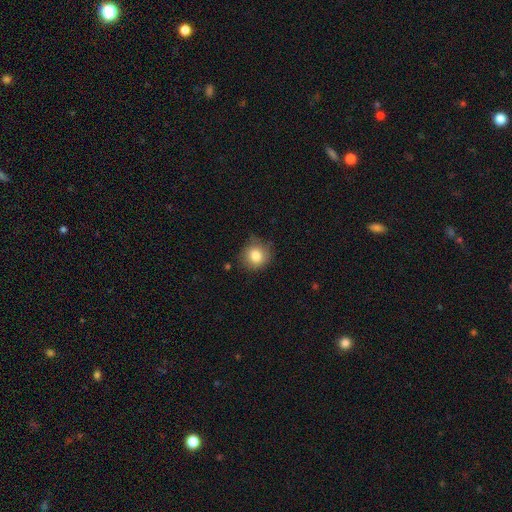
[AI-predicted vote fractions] This is clearly a smooth galaxy (83%). How rounded: clearly round (87%). Merging: likely none (73%).